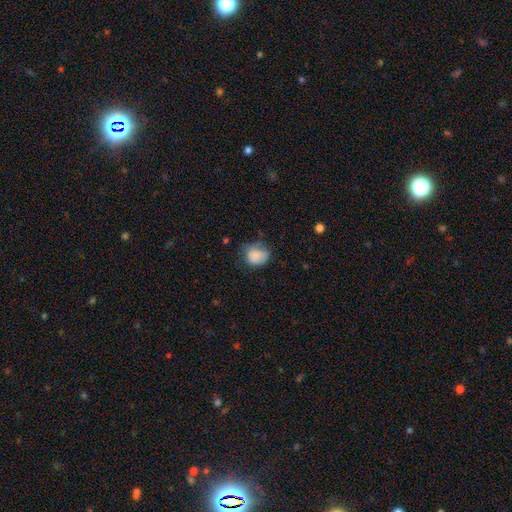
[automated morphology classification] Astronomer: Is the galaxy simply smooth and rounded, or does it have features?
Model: smooth — 82%.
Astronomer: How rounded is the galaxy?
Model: round — 64%.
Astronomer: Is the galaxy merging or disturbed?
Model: none — 51% (runner-up: minor disturbance, 34%).